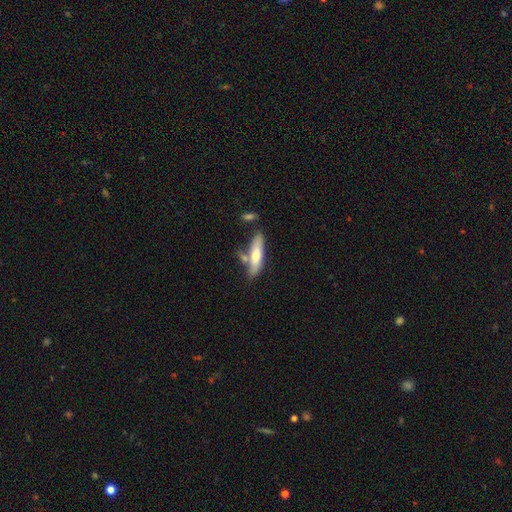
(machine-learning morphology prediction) Smooth or featured? smooth (59%)
How rounded? cigar-shaped (66%)
Merging? none (60%)